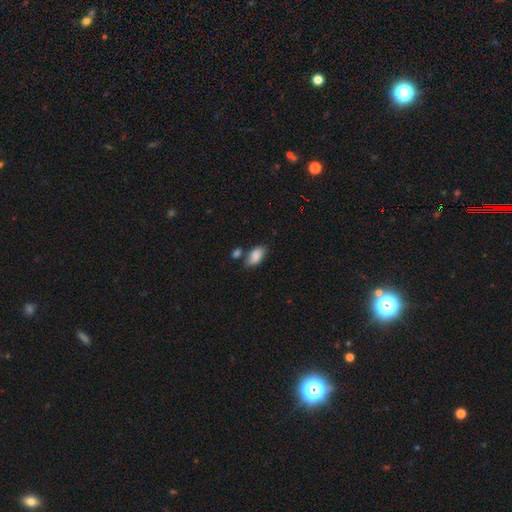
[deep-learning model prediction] Smooth or featured: smooth — 86% (star or artifact — 7%)
How rounded: in between — 92% (cigar-shaped — 4%)
Merging: none — 60% (minor disturbance — 19%)